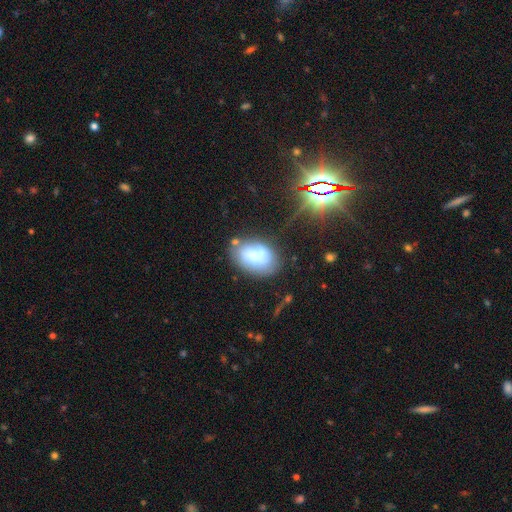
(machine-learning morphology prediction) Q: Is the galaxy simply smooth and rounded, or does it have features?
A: smooth — 61%.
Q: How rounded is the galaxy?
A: in between — 86%.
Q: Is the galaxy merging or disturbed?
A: none — 48%.